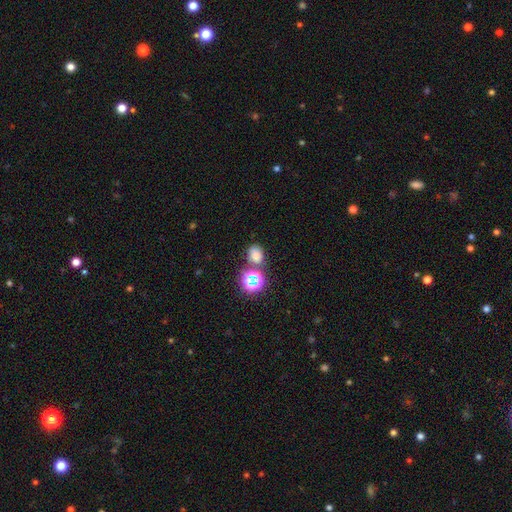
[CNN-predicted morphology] This appears to be a smooth galaxy with no disk features (67%) that is in between round and cigar-shaped (52%). Merging: none (62%).